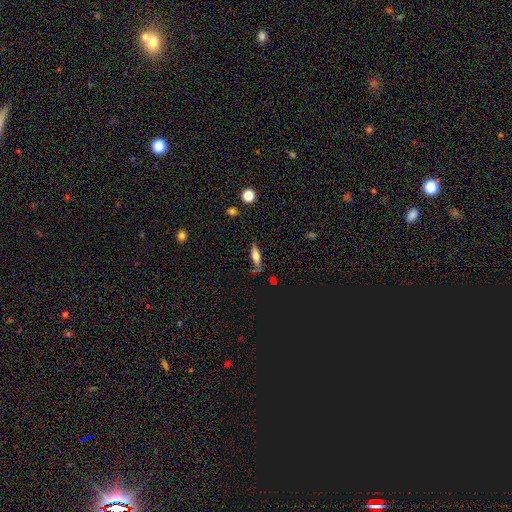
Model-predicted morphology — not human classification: type=smooth (55%); roundness=cigar-shaped (53%); merging=none (66%).